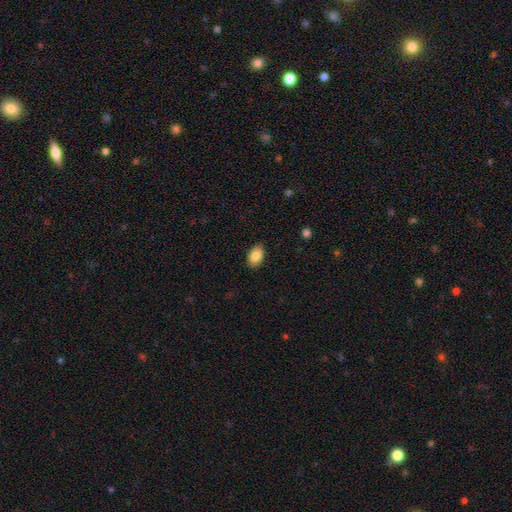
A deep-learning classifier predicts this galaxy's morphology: Overall: smooth (86%). How rounded: in between (86%). Merging: none (87%).